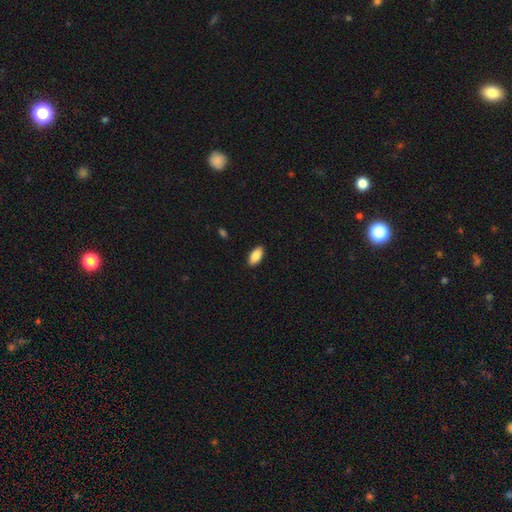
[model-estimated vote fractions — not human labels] This appears to be a smooth galaxy with no disk features (89%) that is in between round and cigar-shaped (93%). Merging: none (90%).